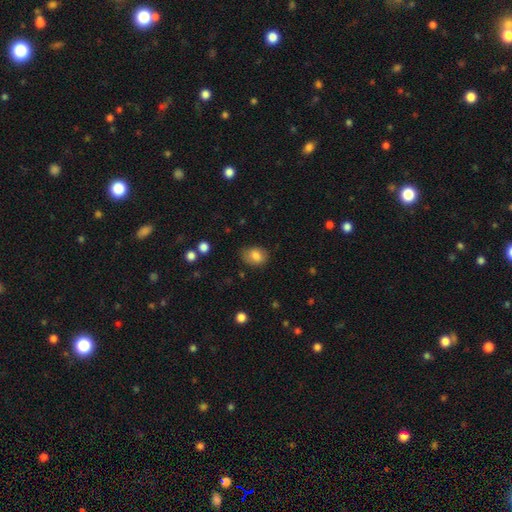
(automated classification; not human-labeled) The model was most divided on "how rounded": in between: 68%, round: 31%, cigar-shaped: 1%. More confident: smooth or featured — smooth (82%); merging — none (74%).